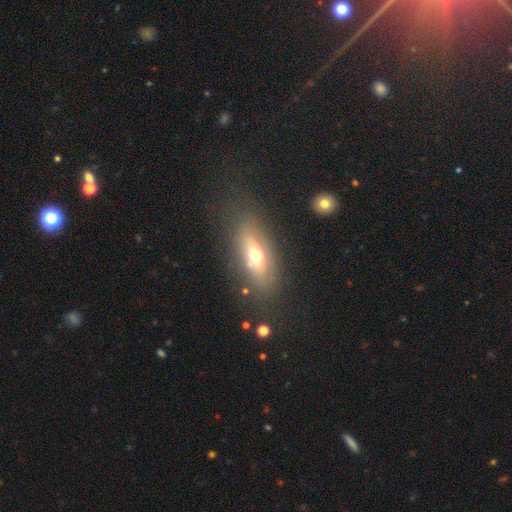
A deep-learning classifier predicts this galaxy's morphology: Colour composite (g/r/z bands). It shows a smooth galaxy with no disk features (54%) that is in between round and cigar-shaped (73%). Merging: none (71%).